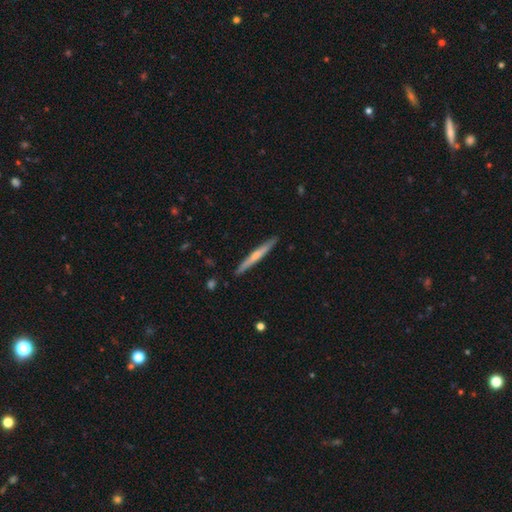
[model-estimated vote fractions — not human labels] A featured or disk galaxy (47%, tied with smooth). Merging: none (90%).